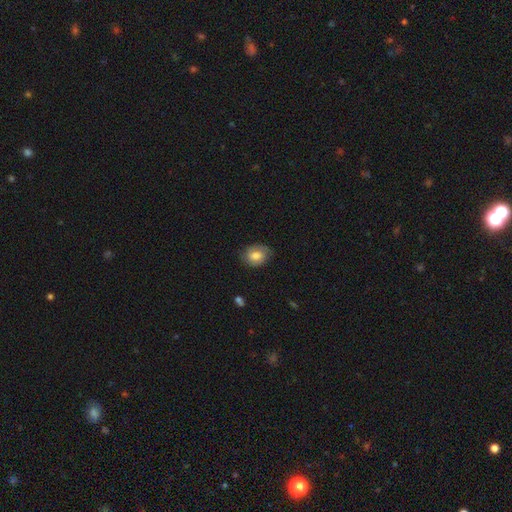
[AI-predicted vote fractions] Q: Smooth or featured?
A: smooth (72%); runner-up: featured or disk (21%)
Q: How rounded?
A: in between (57%); runner-up: round (42%)
Q: Merging?
A: none (75%); runner-up: minor disturbance (19%)